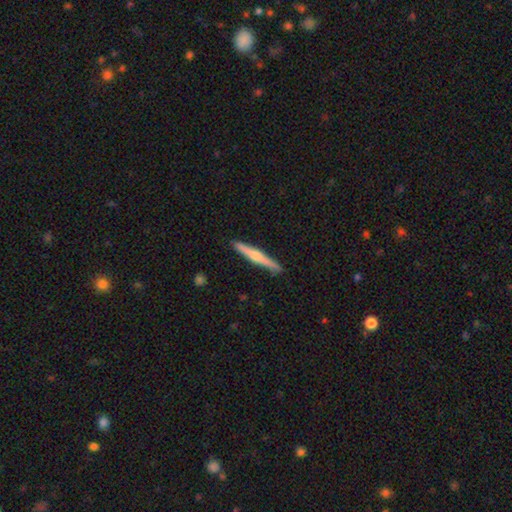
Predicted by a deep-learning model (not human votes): Smooth or featured? Predicted: featured or disk (p=0.55). Edge-on disk? Predicted: yes (p=0.98). Edge-on bulge? Predicted: rounded (p=0.75). Merging? Predicted: none (p=0.90).